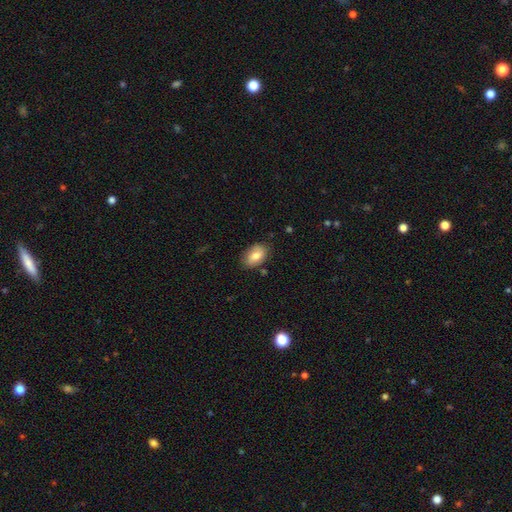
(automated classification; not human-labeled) A smooth galaxy with no disk features (76%) that is in between round and cigar-shaped (90%). Merging: none (79%).